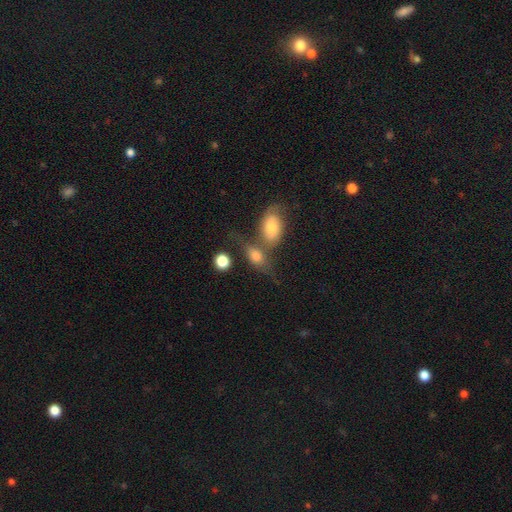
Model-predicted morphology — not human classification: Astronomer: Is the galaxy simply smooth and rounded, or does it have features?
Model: smooth — 69%.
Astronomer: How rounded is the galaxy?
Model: in between — 74%.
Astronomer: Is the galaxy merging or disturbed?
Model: merger — 41% (runner-up: none, 36%).